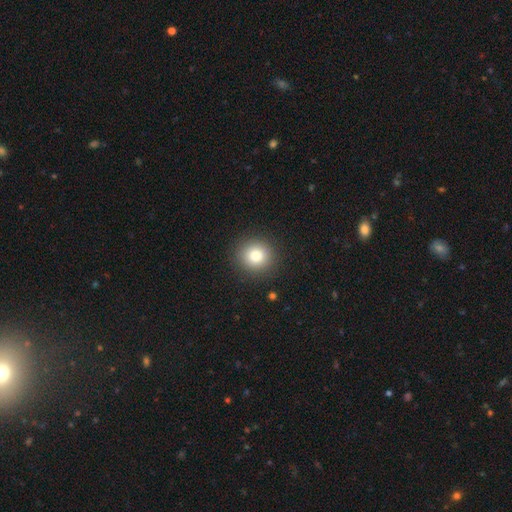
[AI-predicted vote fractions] This is clearly a smooth galaxy (83%). How rounded: clearly round (89%). Merging: clearly none (90%).